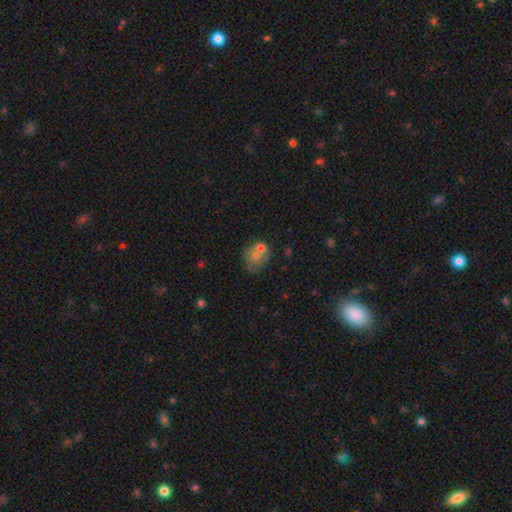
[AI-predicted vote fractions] Morphology: type=smooth (62%); roundness=round (68%); merging=none (41%).